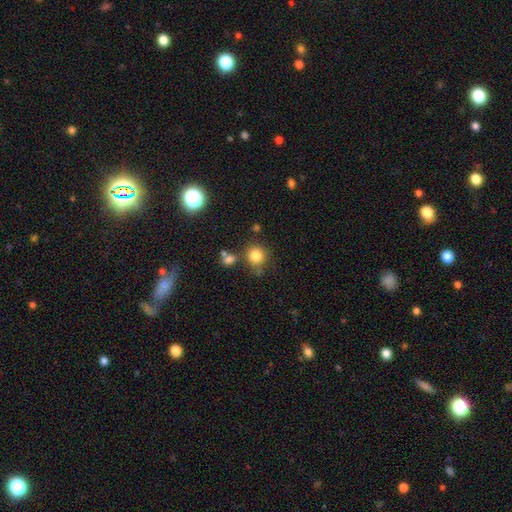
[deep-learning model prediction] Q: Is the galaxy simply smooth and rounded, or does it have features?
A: smooth — 81%.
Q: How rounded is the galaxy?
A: round — 89%.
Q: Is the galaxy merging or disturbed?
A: none — 71%.